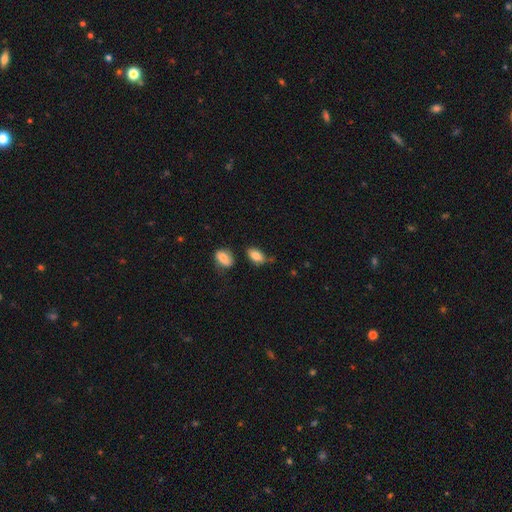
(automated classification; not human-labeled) Smooth or featured? smooth (83%)
How rounded? in between (90%)
Merging? none (52%)